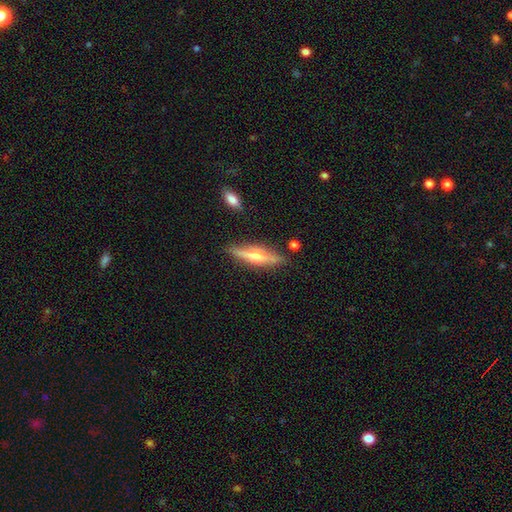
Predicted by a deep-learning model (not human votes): featured or disk 66%, smooth 27%, star or artifact 7%. Down the decision tree: edge-on disk — yes (95%); edge-on bulge — rounded (88%); merging — none (83%).